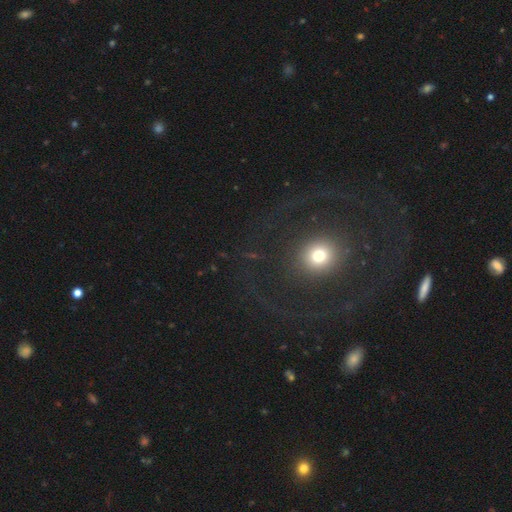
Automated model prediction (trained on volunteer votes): smooth_or_featured: featured or disk (p=0.47) [alt: smooth p=0.35]
merging: none (p=0.83) [alt: minor disturbance p=0.08]